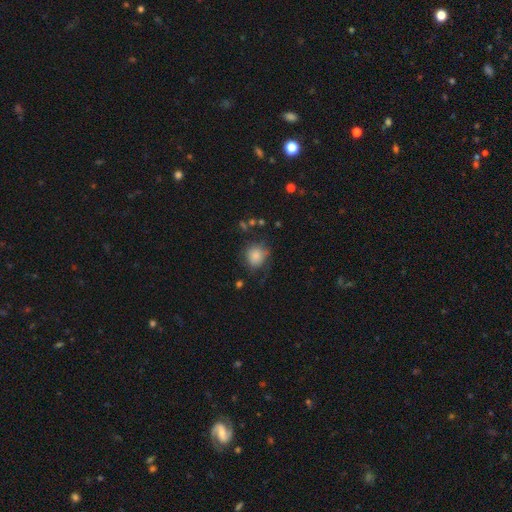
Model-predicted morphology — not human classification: A smooth galaxy with no disk features (82%) that is round (77%). Merging: none (61%).